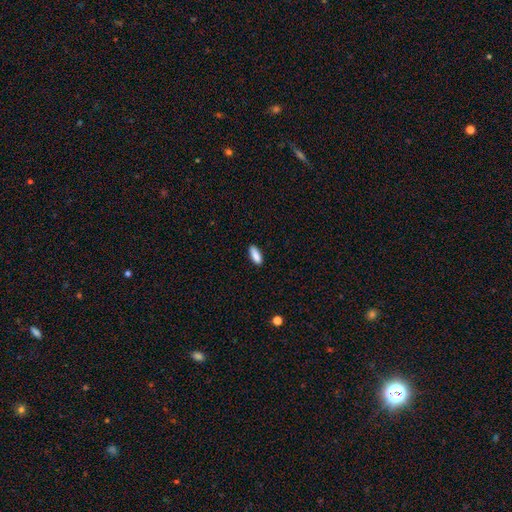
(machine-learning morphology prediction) smooth_or_featured: smooth (p=0.88) [alt: star or artifact p=0.07]
how_rounded: in between (p=0.70) [alt: cigar-shaped p=0.28]
merging: none (p=0.85) [alt: minor disturbance p=0.11]